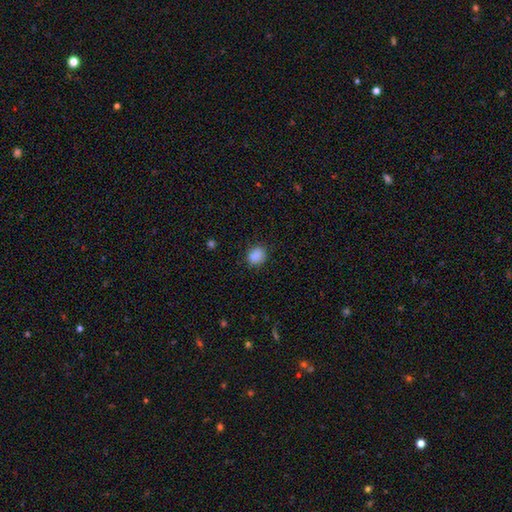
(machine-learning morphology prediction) Q: Smooth or featured?
A: smooth (85%); runner-up: star or artifact (10%)
Q: How rounded?
A: round (64%); runner-up: in between (35%)
Q: Merging?
A: none (78%); runner-up: minor disturbance (15%)